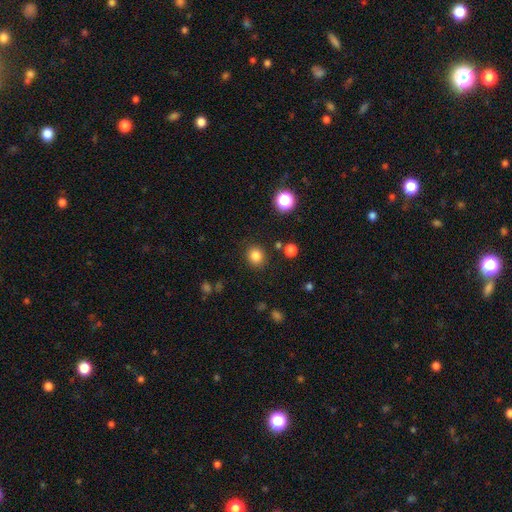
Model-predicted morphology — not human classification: Smooth or featured?
  - smooth: 83% *
  - star or artifact: 13%
  - featured or disk: 5%
How rounded?
  - round: 84% *
  - in between: 15%
  - cigar-shaped: 1%
Merging?
  - none: 87% *
  - minor disturbance: 8%
  - major disturbance: 3%
  - merger: 2%